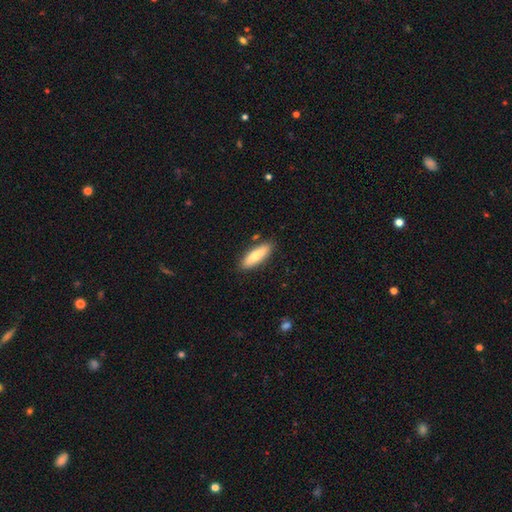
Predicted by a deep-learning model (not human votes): The model was most divided on "how rounded": cigar-shaped: 56%, in between: 43%, round: 2%. More confident: merging — none (86%); smooth or featured — smooth (76%).